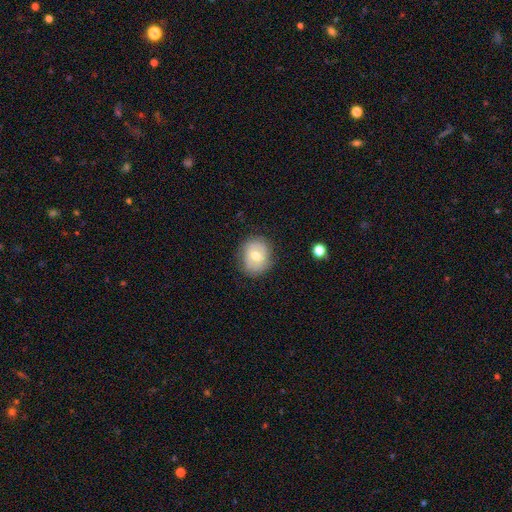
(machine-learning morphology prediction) This appears to be a smooth galaxy with no disk features (60%) that is round (66%). Merging: none (79%).